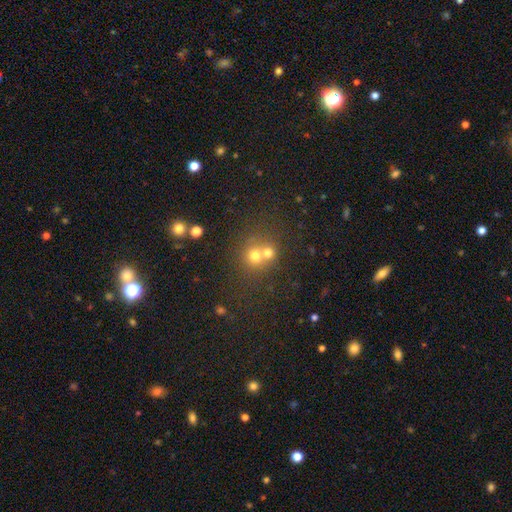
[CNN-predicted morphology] smooth_or_featured: smooth (p=0.68) [alt: star or artifact p=0.17]
how_rounded: round (p=0.85) [alt: in between p=0.14]
merging: merger (p=0.50) [alt: none p=0.42]